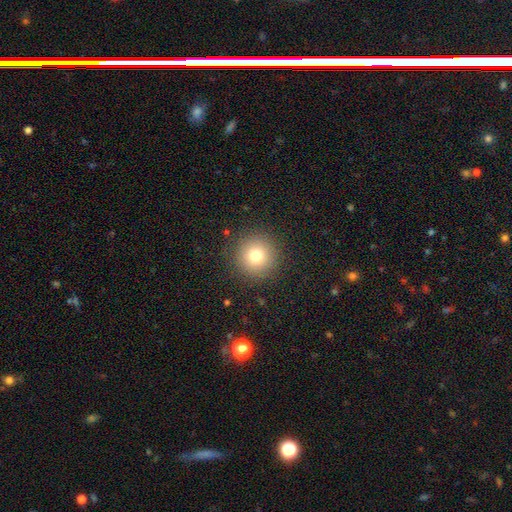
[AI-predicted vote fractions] Q: Smooth or featured?
A: smooth (77%); runner-up: star or artifact (13%)
Q: How rounded?
A: round (96%); runner-up: in between (3%)
Q: Merging?
A: none (90%); runner-up: minor disturbance (6%)